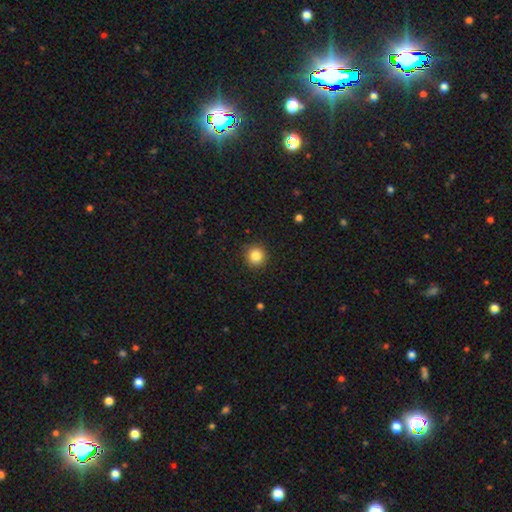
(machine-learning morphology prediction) smooth_or_featured: smooth (p=0.85) [alt: star or artifact p=0.10]
how_rounded: round (p=0.94) [alt: in between p=0.06]
merging: none (p=0.90) [alt: minor disturbance p=0.07]